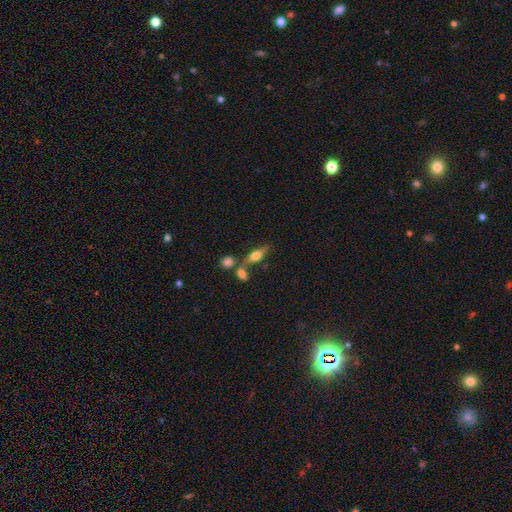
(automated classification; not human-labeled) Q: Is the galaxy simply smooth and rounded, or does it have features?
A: smooth — 47%.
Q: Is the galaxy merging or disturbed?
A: none — 60%.